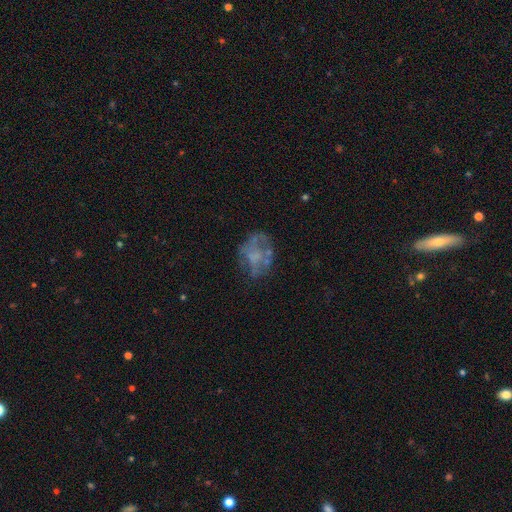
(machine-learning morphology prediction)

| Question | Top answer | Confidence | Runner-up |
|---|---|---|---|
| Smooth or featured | featured or disk | 56% | smooth (32%) |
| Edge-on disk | no | 98% | yes (2%) |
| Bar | no | 88% | weak (10%) |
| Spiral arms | no | 84% | yes (16%) |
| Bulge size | none | 64% | small (16%) |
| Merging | none | 50% | major disturbance (23%) |